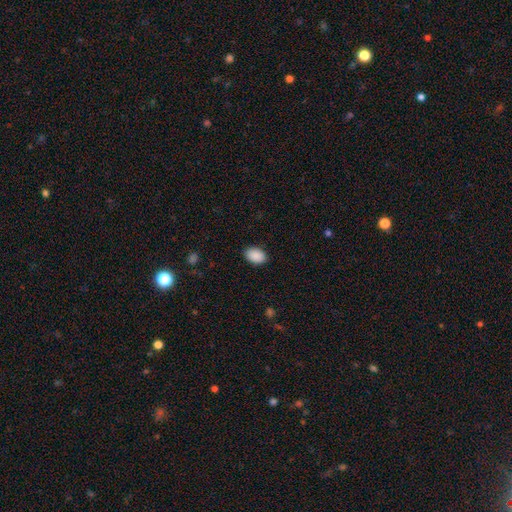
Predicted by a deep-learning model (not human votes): Overall: smooth (91%). How rounded: in between (88%). Merging: none (89%).